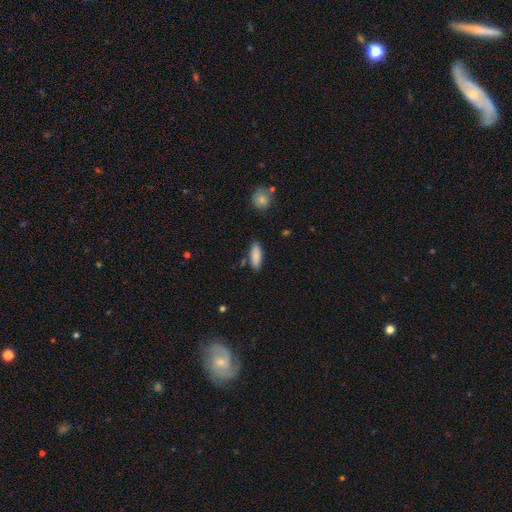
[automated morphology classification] Overall: smooth (88%). How rounded: in between (64%; cigar-shaped 35%). Merging: none (83%).